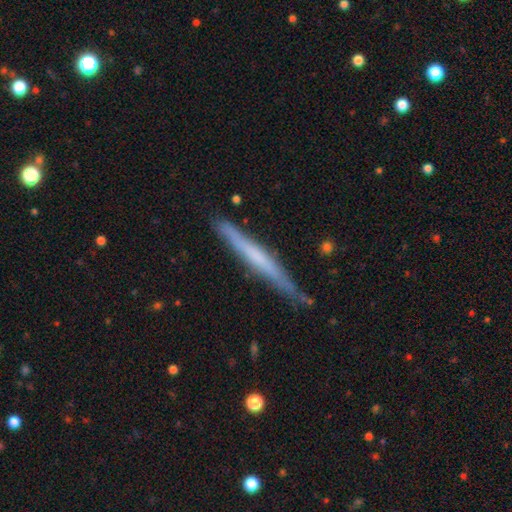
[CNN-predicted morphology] Smooth or featured? featured or disk (53%)
Edge-on disk? yes (96%)
Edge-on bulge? none (70%)
Merging? none (78%)